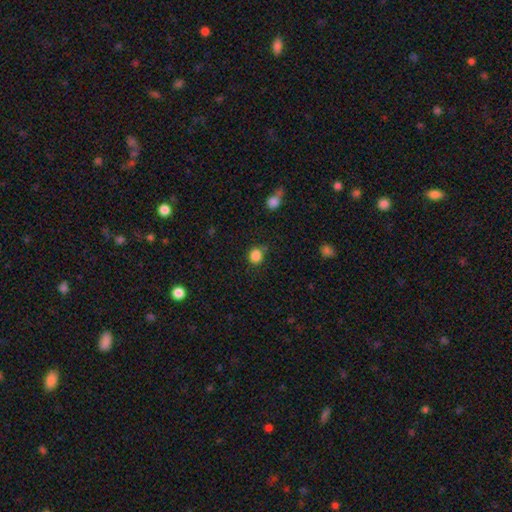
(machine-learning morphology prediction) A smooth galaxy with no disk features (85%) that is round (76%).

Vote fractions:
- Smooth or featured? smooth: 85% / star or artifact: 11% / featured or disk: 4%
- How rounded? round: 76% / in between: 23% / cigar-shaped: 1%
- Merging? none: 71% / minor disturbance: 18% / merger: 6% / major disturbance: 5%